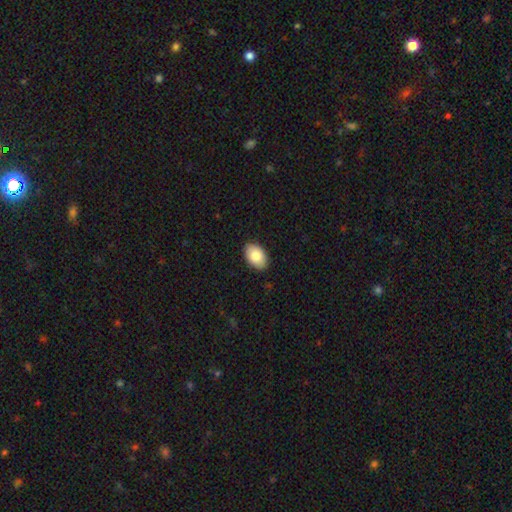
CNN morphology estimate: Smooth or featured? Predicted: smooth (p=0.85). How rounded? Predicted: in between (p=0.89). Merging? Predicted: none (p=0.88).